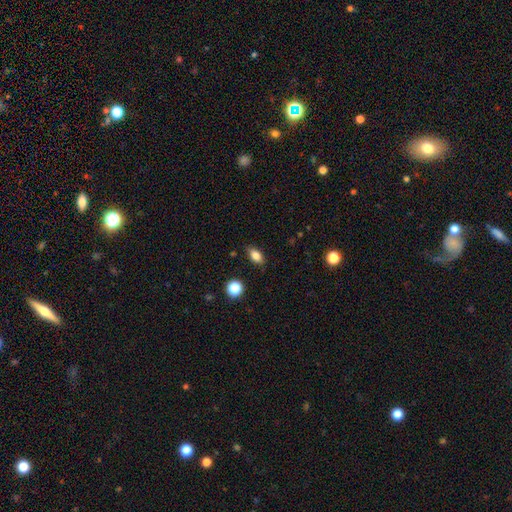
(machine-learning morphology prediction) Q: Smooth or featured?
A: smooth (83%); runner-up: star or artifact (10%)
Q: How rounded?
A: in between (84%); runner-up: round (12%)
Q: Merging?
A: none (84%); runner-up: minor disturbance (12%)